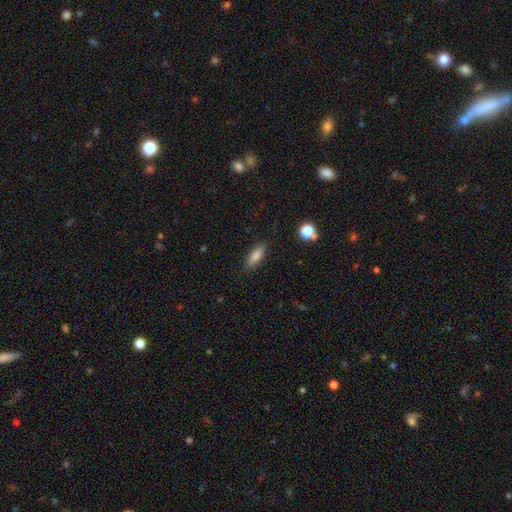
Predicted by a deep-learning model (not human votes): Smooth or featured?
  - smooth: 80% *
  - featured or disk: 11%
  - star or artifact: 8%
How rounded?
  - in between: 53% *
  - cigar-shaped: 44%
  - round: 3%
Merging?
  - none: 85% *
  - minor disturbance: 11%
  - major disturbance: 3%
  - merger: 2%